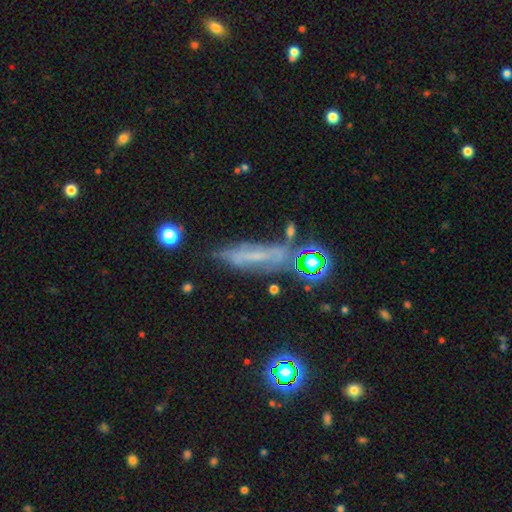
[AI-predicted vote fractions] This is marginally a featured or disk galaxy (40%). Merging: likely none (66%).